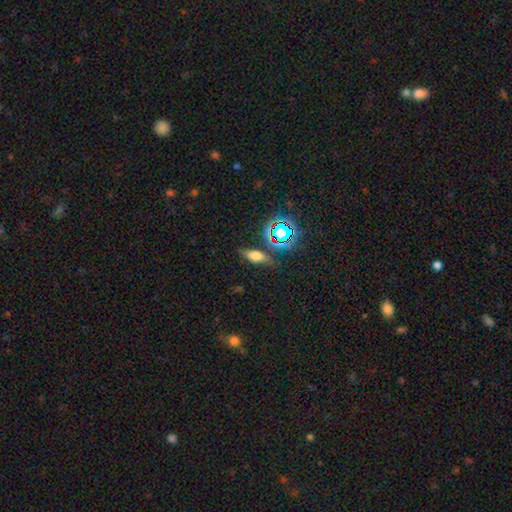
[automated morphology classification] This is possibly a smooth galaxy (57%). How rounded: possibly in between (60%). Merging: likely none (74%).